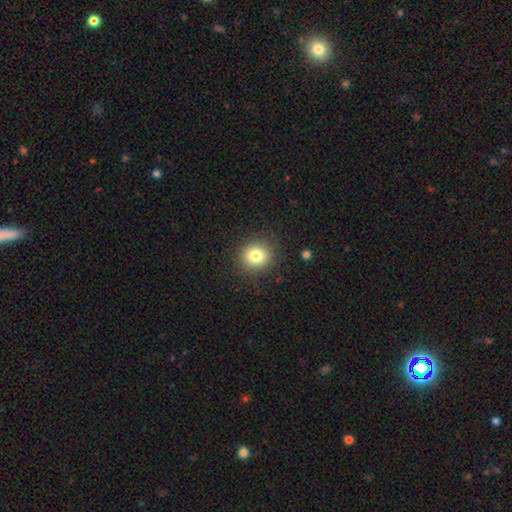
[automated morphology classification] Smooth or featured? smooth (80%)
How rounded? round (85%)
Merging? none (88%)